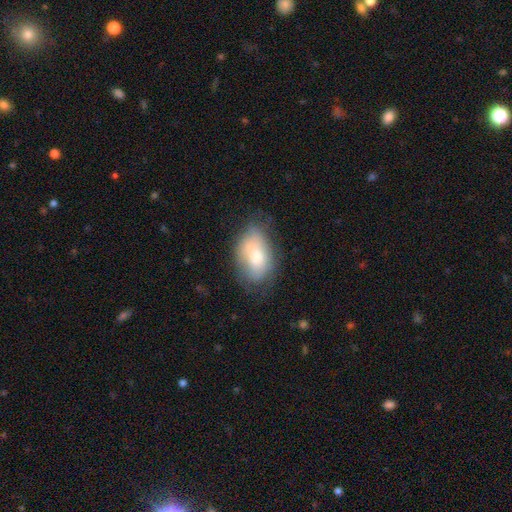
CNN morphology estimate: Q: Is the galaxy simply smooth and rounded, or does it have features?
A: smooth — 69%.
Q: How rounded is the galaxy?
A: in between — 89%.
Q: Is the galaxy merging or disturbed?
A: none — 51%.